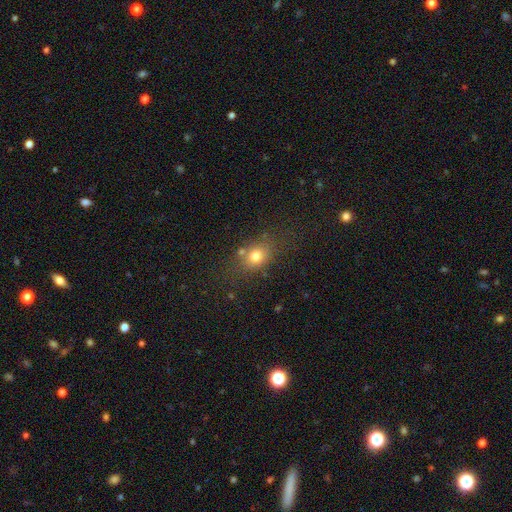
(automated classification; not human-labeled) smooth 75%, star or artifact 13%, featured or disk 12%. Down the decision tree: how rounded — in between (51%); merging — none (68%).